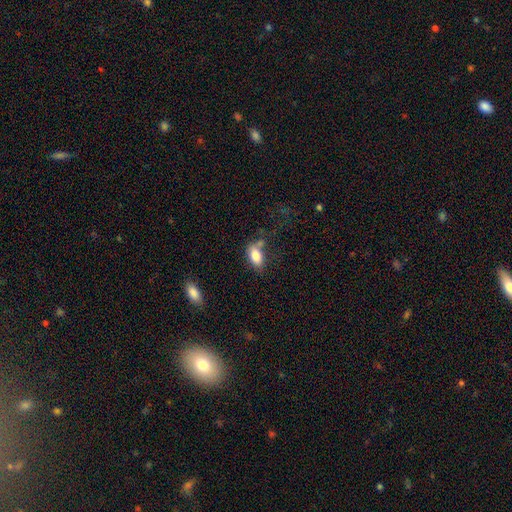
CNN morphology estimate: A smooth galaxy with no disk features (82%) that is in between round and cigar-shaped (90%).

Vote fractions:
- Smooth or featured? smooth: 82% / featured or disk: 10% / star or artifact: 8%
- How rounded? in between: 90% / round: 6% / cigar-shaped: 4%
- Merging? none: 54% / minor disturbance: 23% / merger: 13% / major disturbance: 10%